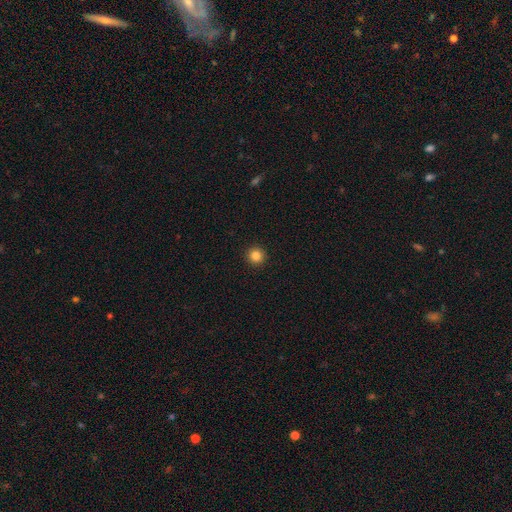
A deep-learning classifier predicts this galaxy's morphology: Smooth or featured: smooth — 84% (star or artifact — 12%)
How rounded: round — 96% (in between — 3%)
Merging: none — 94% (minor disturbance — 4%)